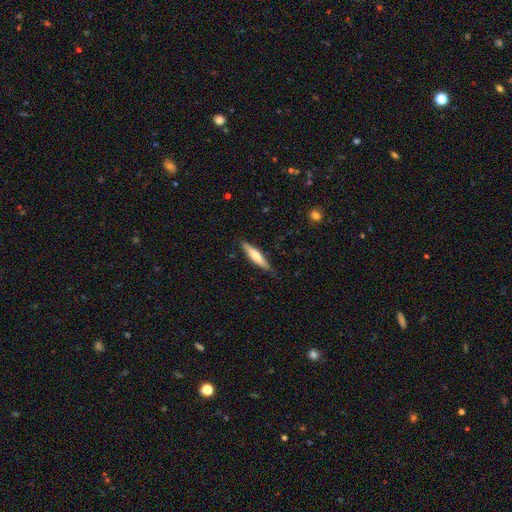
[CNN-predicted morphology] A smooth galaxy with no disk features (56%) that is cigar-shaped (87%).

Vote fractions:
- Smooth or featured? smooth: 56% / featured or disk: 38% / star or artifact: 5%
- How rounded? cigar-shaped: 87% / in between: 12% / round: 1%
- Merging? none: 86% / minor disturbance: 11% / major disturbance: 2% / merger: 1%